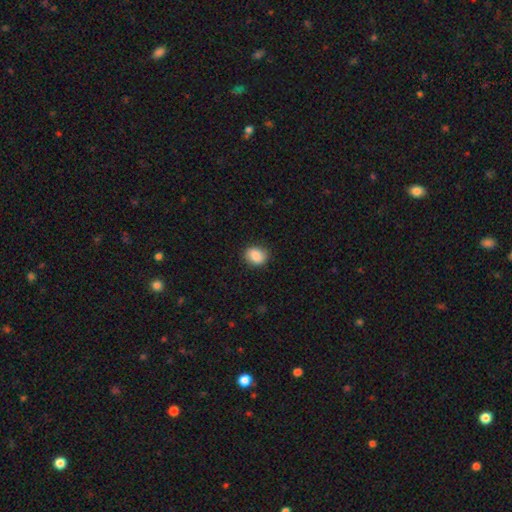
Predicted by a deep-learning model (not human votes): Smooth or featured?
  - smooth: 84% *
  - featured or disk: 8%
  - star or artifact: 8%
How rounded?
  - round: 63% *
  - in between: 37%
  - cigar-shaped: 1%
Merging?
  - none: 84% *
  - minor disturbance: 12%
  - major disturbance: 3%
  - merger: 1%